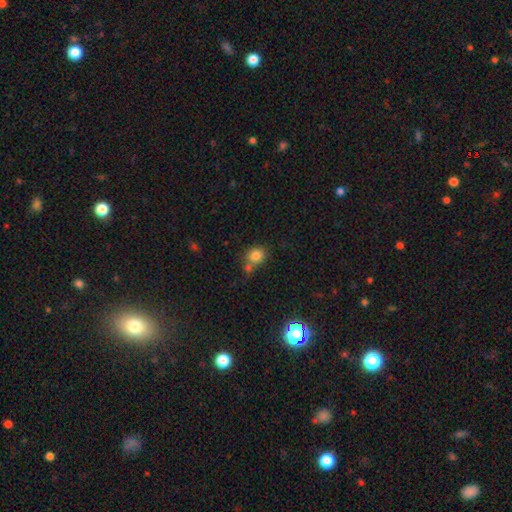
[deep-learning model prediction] A smooth galaxy with no disk features (81%) that is round (71%).

Vote fractions:
- Smooth or featured? smooth: 81% / star or artifact: 12% / featured or disk: 7%
- How rounded? round: 71% / in between: 28% / cigar-shaped: 1%
- Merging? none: 54% / merger: 28% / minor disturbance: 13% / major disturbance: 4%